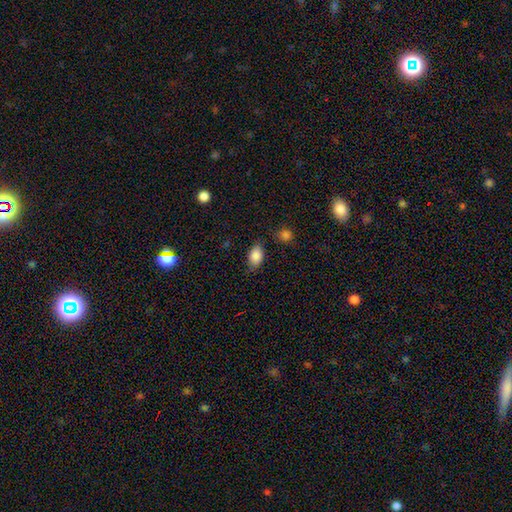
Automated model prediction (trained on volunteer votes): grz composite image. It shows a smooth galaxy with no disk features (86%) that is in between round and cigar-shaped (86%). Merging: none (70%).